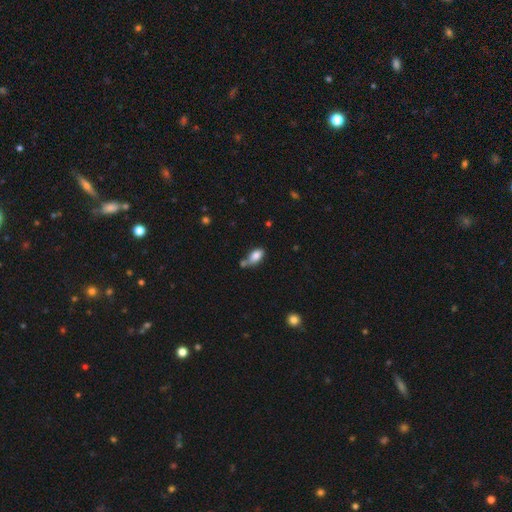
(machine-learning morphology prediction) smooth-or-featured: smooth: 80% | featured or disk: 12% | star or artifact: 8%
  how-rounded: in between: 90% | cigar-shaped: 6% | round: 4%
  merging: none: 46% | merger: 25% | minor disturbance: 21% | major disturbance: 7%